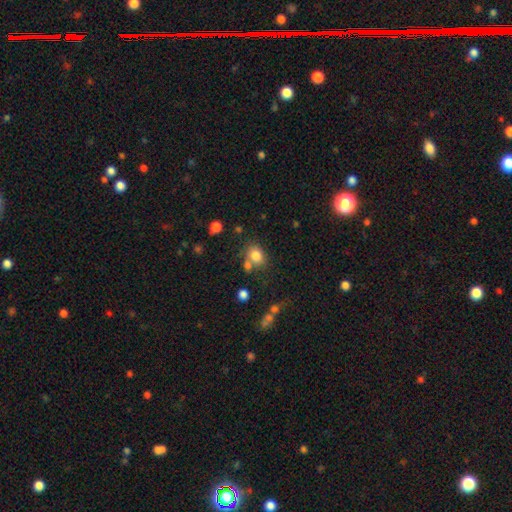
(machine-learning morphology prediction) smooth 80%, star or artifact 11%, featured or disk 8%. Down the decision tree: how rounded — in between (51%); merging — none (58%).